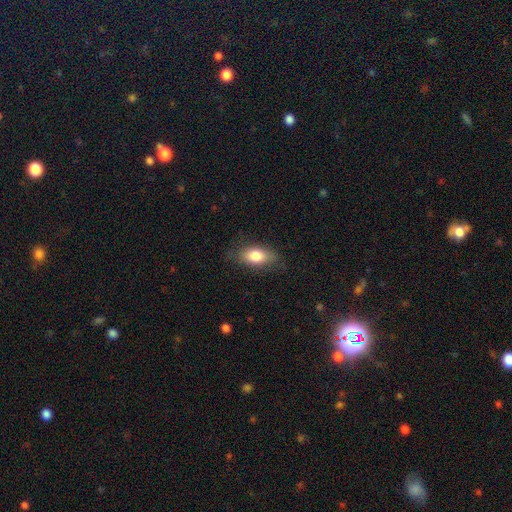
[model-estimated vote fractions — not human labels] Morphology: type=smooth (79%); roundness=in between (85%); merging=none (78%).